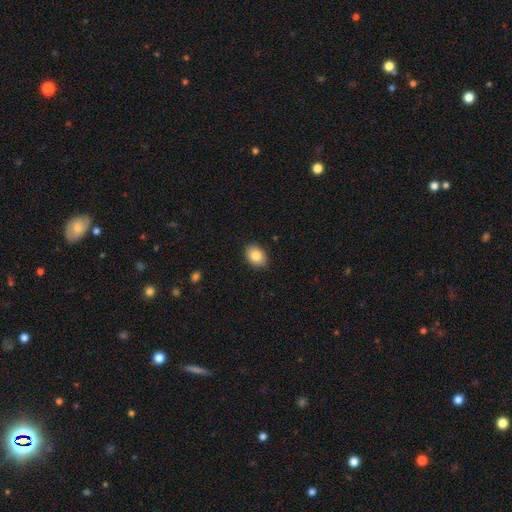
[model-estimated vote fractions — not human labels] Smooth or featured? smooth (85%)
How rounded? in between (74%)
Merging? none (90%)